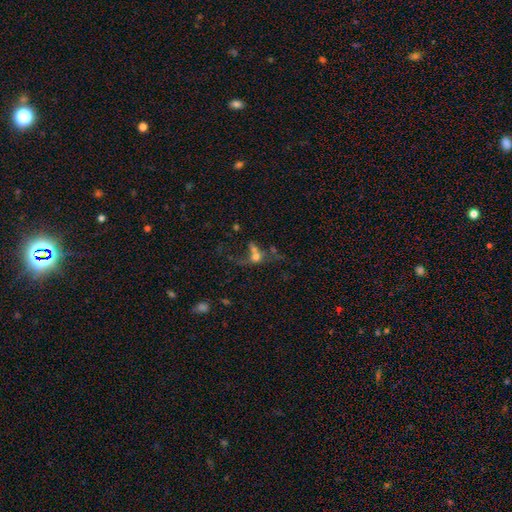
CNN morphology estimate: Smooth or featured?
  - smooth: 46% *
  - featured or disk: 34%
  - star or artifact: 20%
Merging?
  - merger: 52% *
  - none: 22%
  - major disturbance: 17%
  - minor disturbance: 9%